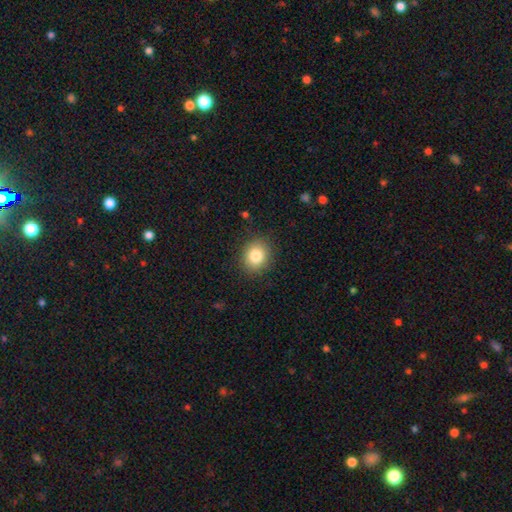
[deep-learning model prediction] Morphology: type=smooth (83%); roundness=round (69%); merging=none (88%).